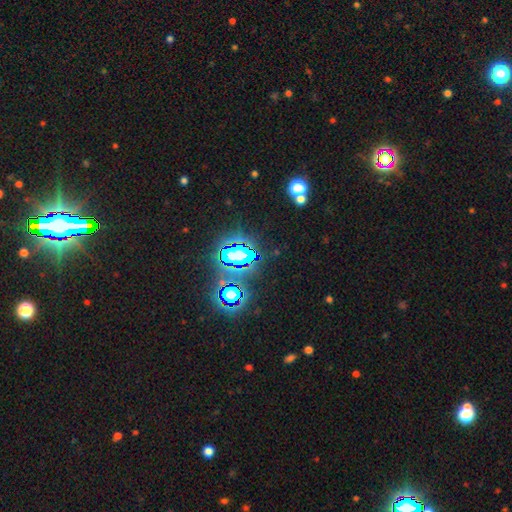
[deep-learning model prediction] Morphology: type=star or artifact (79%).